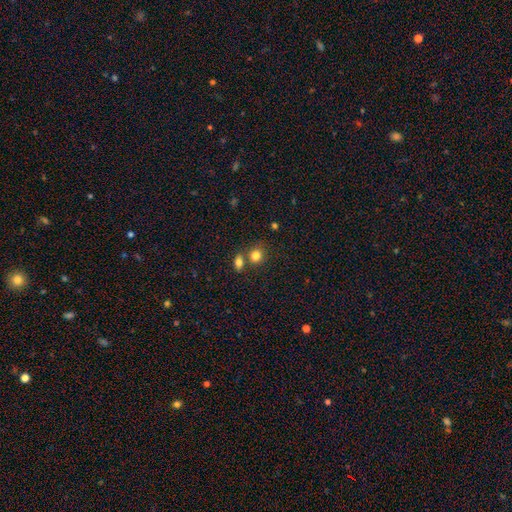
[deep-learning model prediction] The model was most divided on "merging": none: 59%, merger: 28%, minor disturbance: 10%, major disturbance: 3%. More confident: smooth or featured — smooth (82%); how rounded — round (68%).